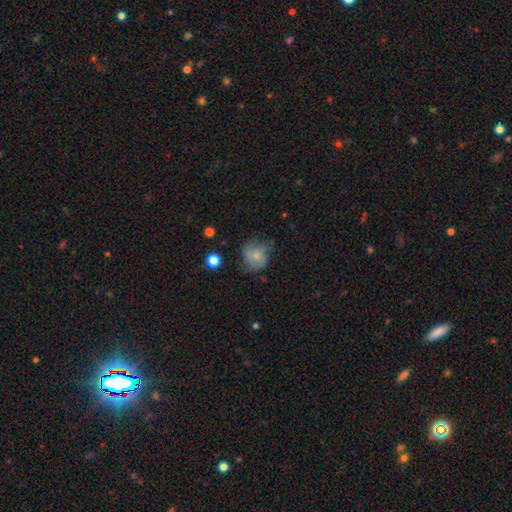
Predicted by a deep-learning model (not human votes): Smooth or featured: smooth — 65% (featured or disk — 26%)
How rounded: round — 73% (in between — 26%)
Merging: none — 48% (minor disturbance — 33%)